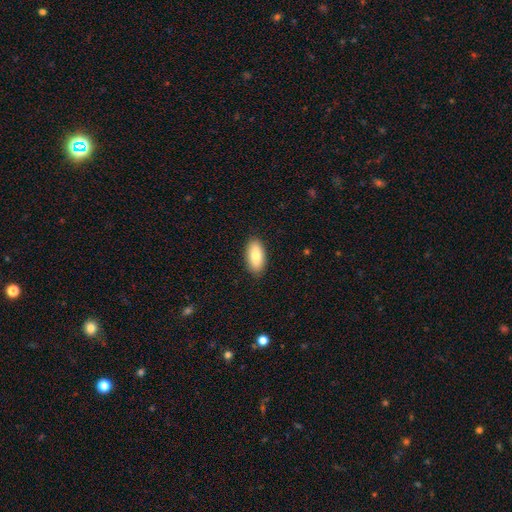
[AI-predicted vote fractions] The model was most divided on "smooth or featured": smooth: 81%, featured or disk: 13%, star or artifact: 6%. More confident: how rounded — in between (91%); merging — none (89%).